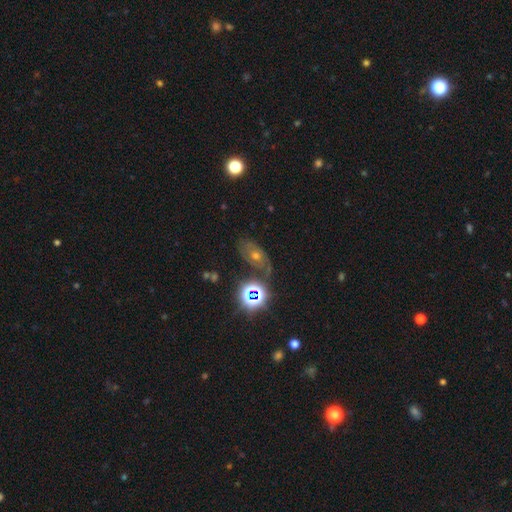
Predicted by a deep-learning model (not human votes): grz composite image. It shows a featured or disk galaxy (42%). Merging: none (65%).